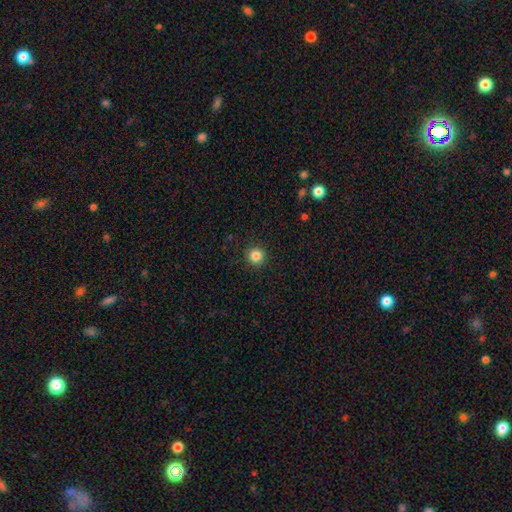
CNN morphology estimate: Overall: smooth (85%). How rounded: round (95%). Merging: none (92%).